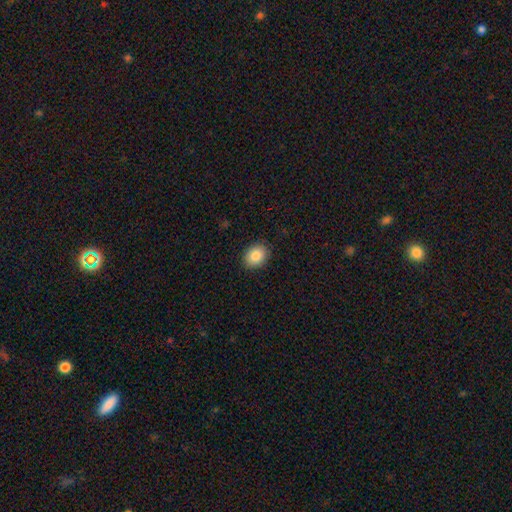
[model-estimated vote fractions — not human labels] Smooth or featured? smooth (85%)
How rounded? in between (62%)
Merging? none (89%)